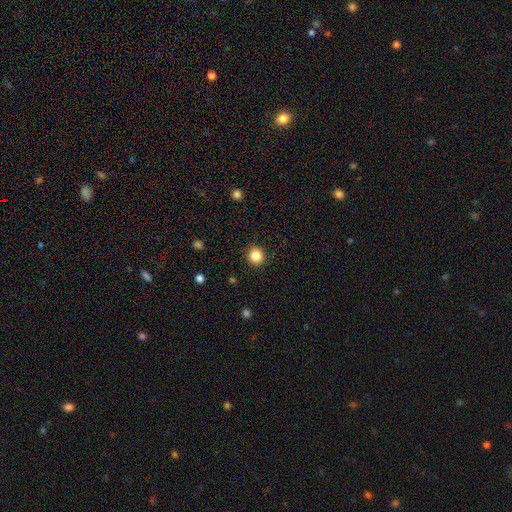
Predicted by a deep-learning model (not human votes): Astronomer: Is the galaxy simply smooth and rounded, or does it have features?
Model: smooth — 86%.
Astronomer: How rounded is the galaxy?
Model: round — 92%.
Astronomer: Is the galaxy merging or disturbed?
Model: none — 91%.